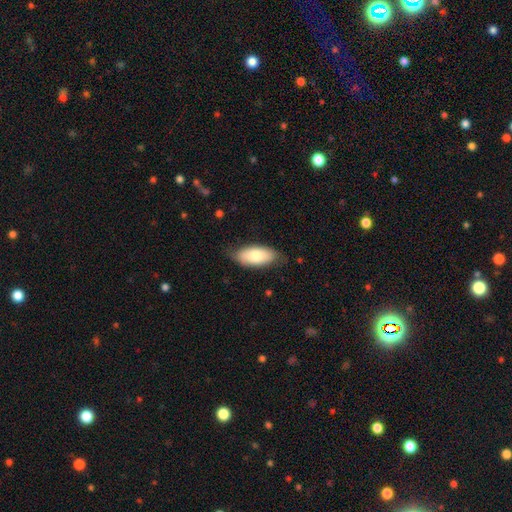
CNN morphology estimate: Smooth or featured? Predicted: smooth (p=0.77). How rounded? Predicted: in between (p=0.90). Merging? Predicted: none (p=0.74).